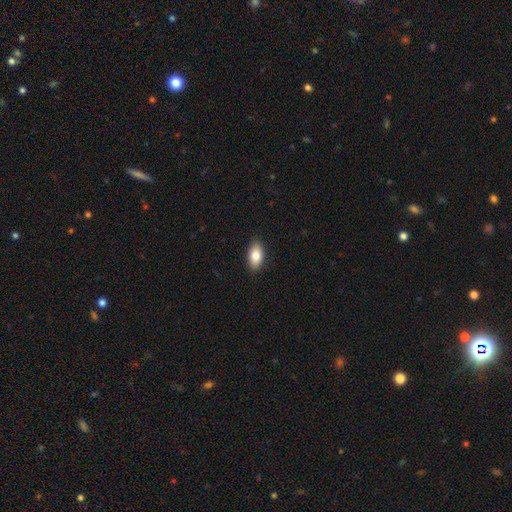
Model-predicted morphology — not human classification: Overall: smooth (84%). How rounded: in between (91%). Merging: none (88%).